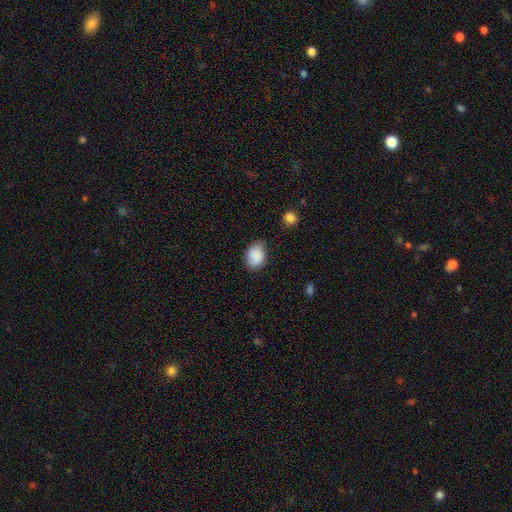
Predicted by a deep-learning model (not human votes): Smooth or featured? smooth (87%)
How rounded? in between (63%)
Merging? none (70%)